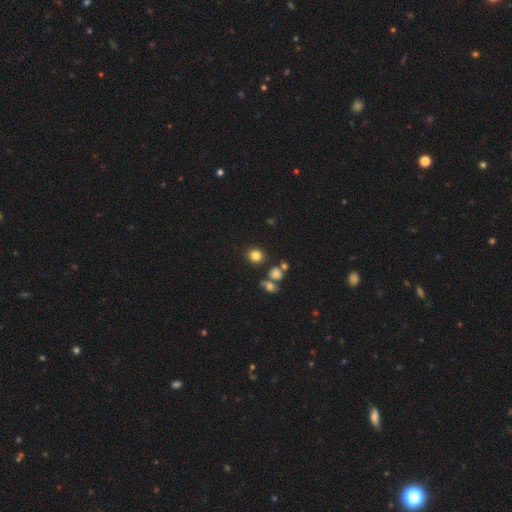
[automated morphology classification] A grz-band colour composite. It shows a smooth galaxy with no disk features (81%) that is round (83%). Merging: none (81%).